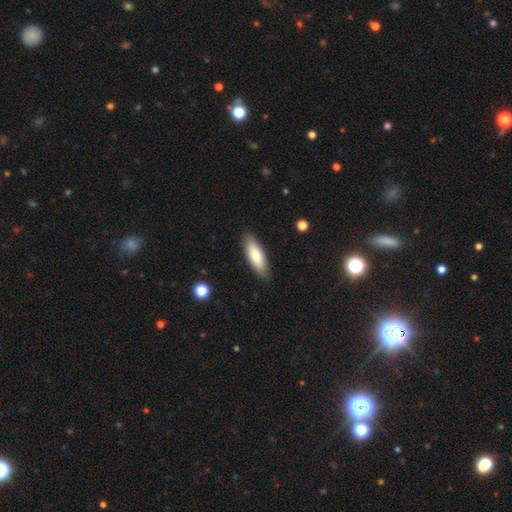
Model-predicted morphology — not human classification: A smooth galaxy with no disk features (79%) that is in between round and cigar-shaped (60%).

Vote fractions:
- Smooth or featured? smooth: 79% / featured or disk: 16% / star or artifact: 6%
- How rounded? in between: 60% / cigar-shaped: 39% / round: 2%
- Merging? none: 88% / minor disturbance: 9% / major disturbance: 2% / merger: 1%